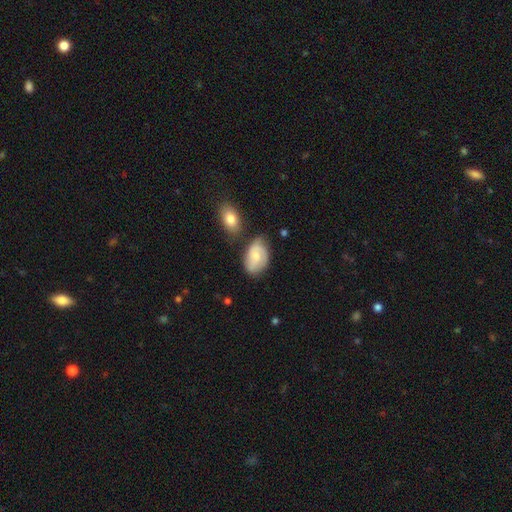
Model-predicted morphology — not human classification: This is possibly a smooth galaxy (52%). How rounded: clearly in between (87%). Merging: possibly none (56%).